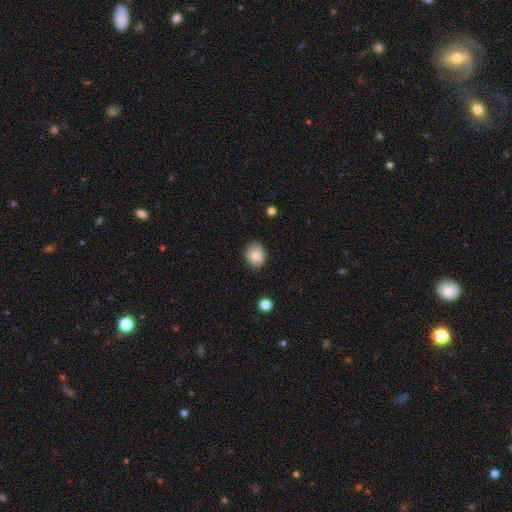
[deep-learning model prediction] Smooth or featured: smooth — 83% (featured or disk — 9%)
How rounded: in between — 52% (round — 47%)
Merging: none — 84% (minor disturbance — 12%)